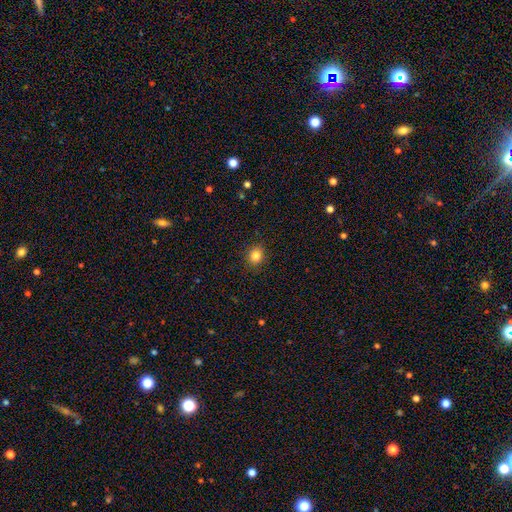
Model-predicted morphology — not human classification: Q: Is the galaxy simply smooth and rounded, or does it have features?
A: smooth — 83%.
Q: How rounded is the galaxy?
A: round — 79%.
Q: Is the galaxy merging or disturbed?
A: none — 91%.